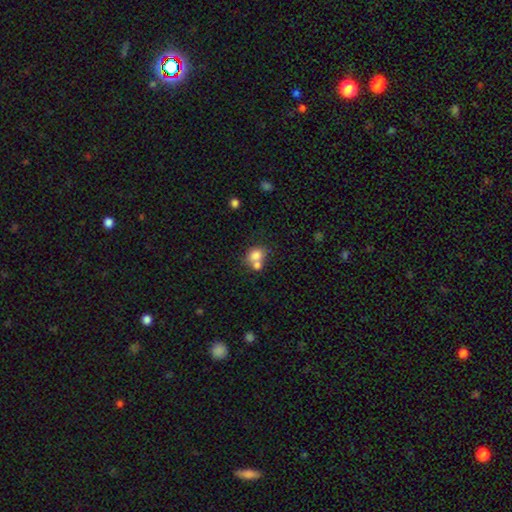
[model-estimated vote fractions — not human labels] Overall: smooth (78%). How rounded: round (59%; in between 40%). Merging: merger (48%; none 38%).